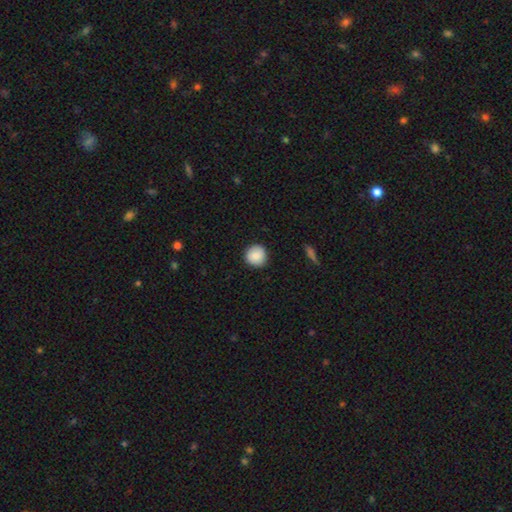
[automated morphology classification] Q: Smooth or featured?
A: smooth (88%); runner-up: star or artifact (7%)
Q: How rounded?
A: round (93%); runner-up: in between (6%)
Q: Merging?
A: none (90%); runner-up: minor disturbance (7%)